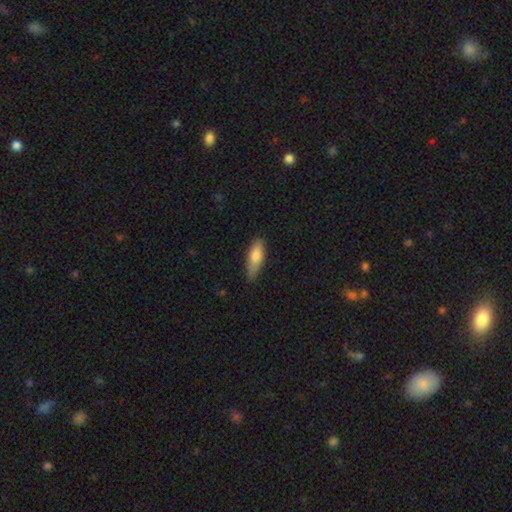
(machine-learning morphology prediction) A smooth galaxy with no disk features (78%) that is in between round and cigar-shaped (68%).

Vote fractions:
- Smooth or featured? smooth: 78% / featured or disk: 16% / star or artifact: 6%
- How rounded? in between: 68% / cigar-shaped: 30% / round: 2%
- Merging? none: 73% / minor disturbance: 23% / major disturbance: 3% / merger: 1%